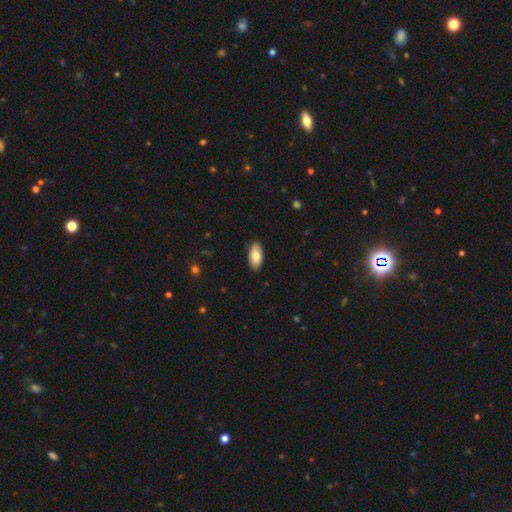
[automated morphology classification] Q: Smooth or featured?
A: smooth (80%); runner-up: featured or disk (14%)
Q: How rounded?
A: in between (93%); runner-up: cigar-shaped (5%)
Q: Merging?
A: none (89%); runner-up: minor disturbance (8%)